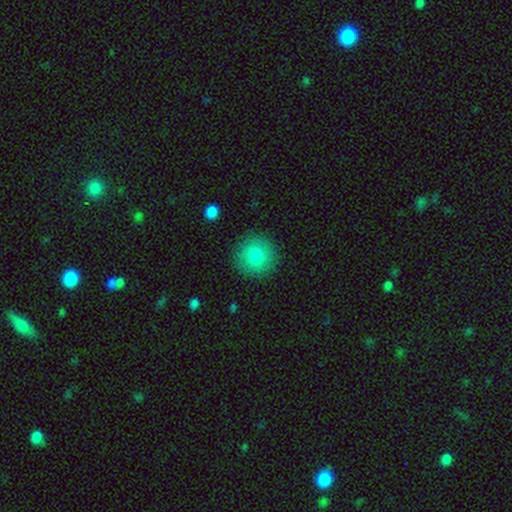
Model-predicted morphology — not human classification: Smooth or featured? smooth (82%)
How rounded? round (94%)
Merging? none (89%)